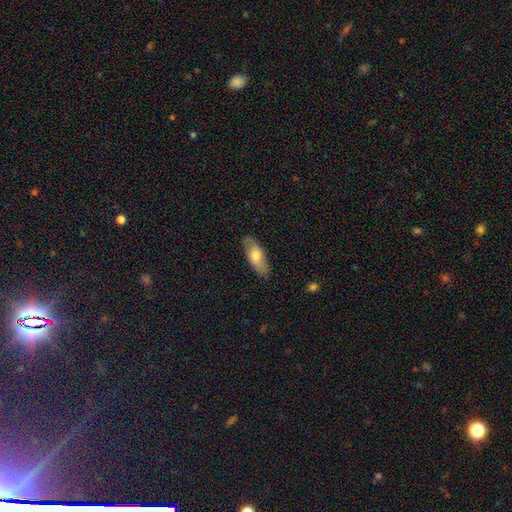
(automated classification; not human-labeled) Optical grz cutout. It shows a smooth galaxy with no disk features (62%) that is in between round and cigar-shaped (78%). Merging: none (82%).